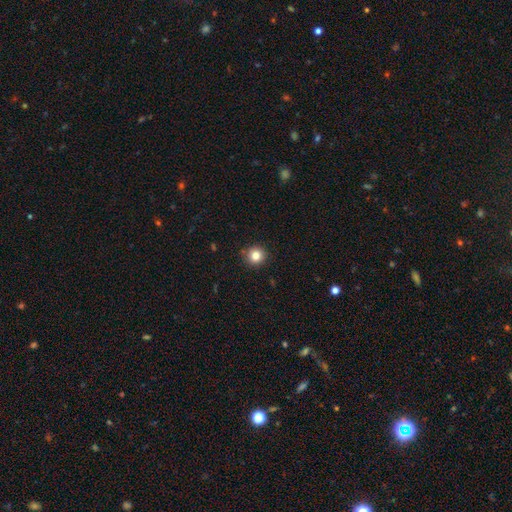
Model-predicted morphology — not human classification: Smooth or featured: smooth — 83% (star or artifact — 11%)
How rounded: round — 93% (in between — 6%)
Merging: none — 89% (minor disturbance — 8%)